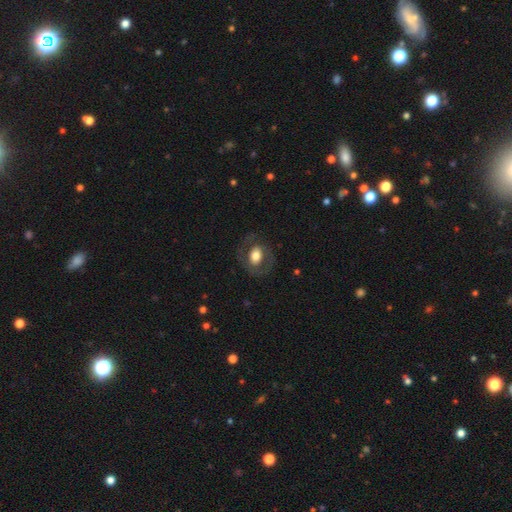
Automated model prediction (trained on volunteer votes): Smooth or featured? Predicted: smooth (p=0.56). How rounded? Predicted: in between (p=0.59). Merging? Predicted: none (p=0.74).